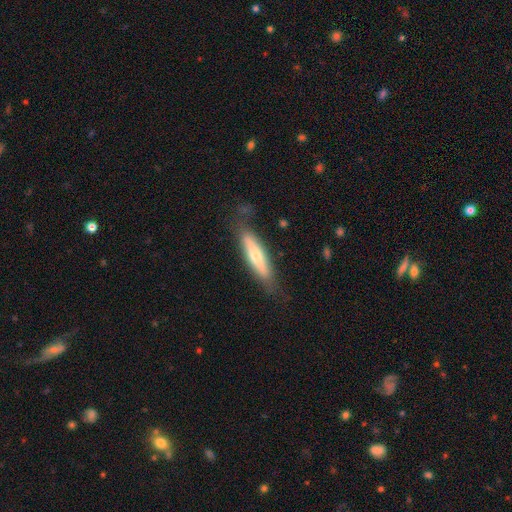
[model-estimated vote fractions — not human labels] Q: Smooth or featured?
A: smooth (48%); runner-up: featured or disk (46%)
Q: Merging?
A: none (77%); runner-up: minor disturbance (16%)